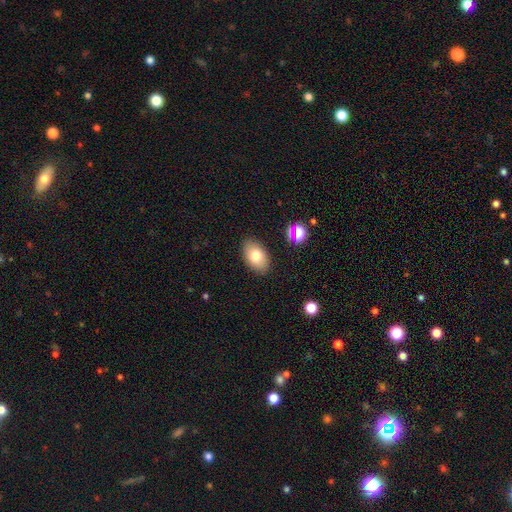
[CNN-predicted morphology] Smooth or featured: smooth — 76% (featured or disk — 15%)
How rounded: in between — 90% (round — 8%)
Merging: none — 87% (minor disturbance — 9%)